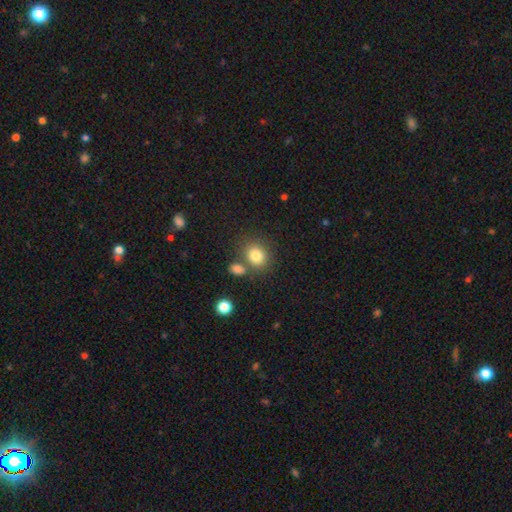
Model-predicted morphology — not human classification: Overall: smooth (81%). How rounded: round (68%; in between 31%). Merging: none (67%).